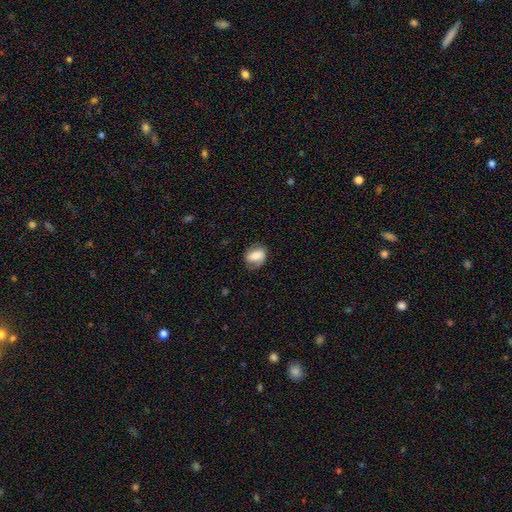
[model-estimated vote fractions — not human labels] Smooth or featured? smooth (62%)
How rounded? in between (64%)
Merging? none (62%)